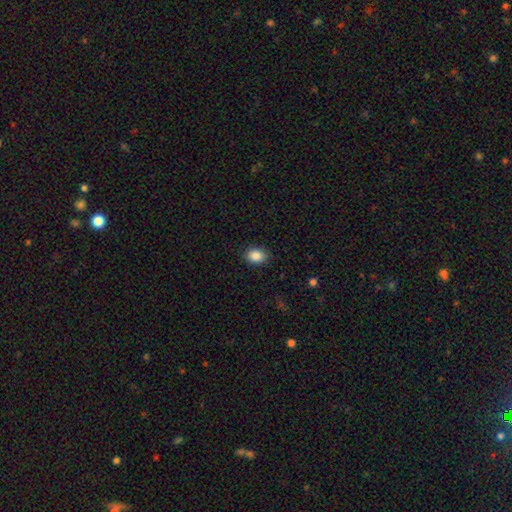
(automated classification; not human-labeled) A smooth galaxy with no disk features (87%) that is in between round and cigar-shaped (62%). Merging: none (86%).